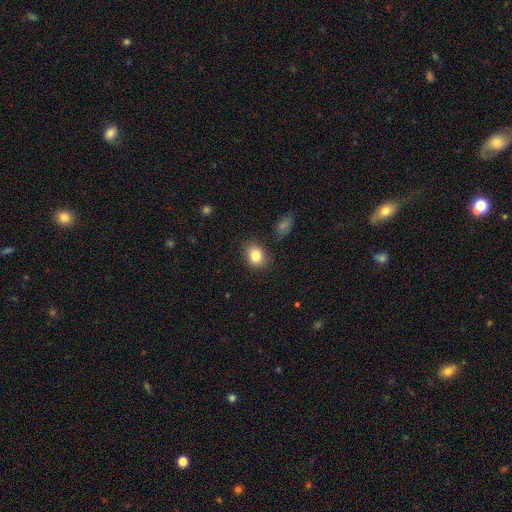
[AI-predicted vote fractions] Smooth or featured: smooth — 83% (star or artifact — 10%)
How rounded: round — 51% (in between — 48%)
Merging: none — 85% (minor disturbance — 10%)